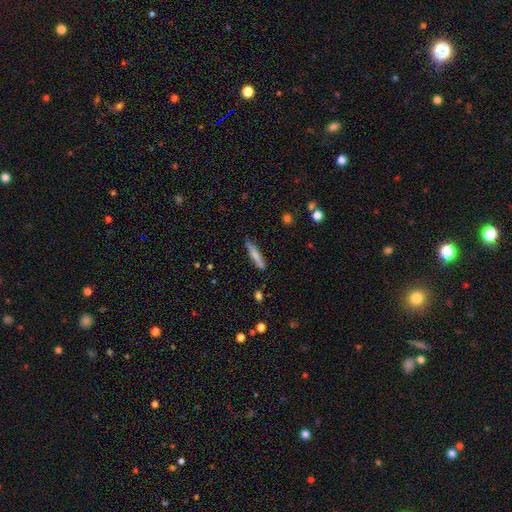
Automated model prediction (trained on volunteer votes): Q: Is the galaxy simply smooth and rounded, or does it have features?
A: smooth — 70%.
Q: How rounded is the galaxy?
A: cigar-shaped — 89%.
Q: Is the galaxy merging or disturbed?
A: none — 80%.